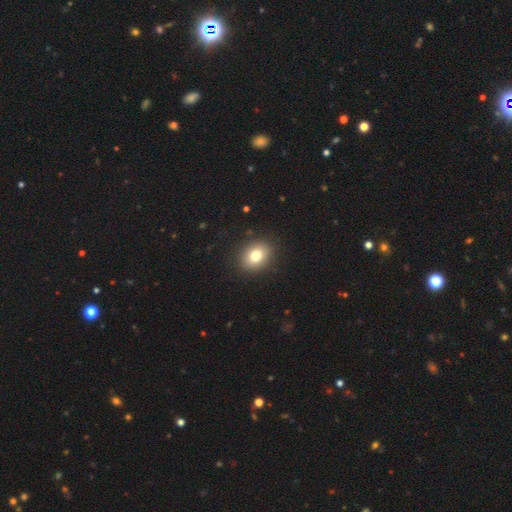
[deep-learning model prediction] smooth 80%, star or artifact 10%, featured or disk 10%. Down the decision tree: how rounded — in between (55%); merging — none (89%).